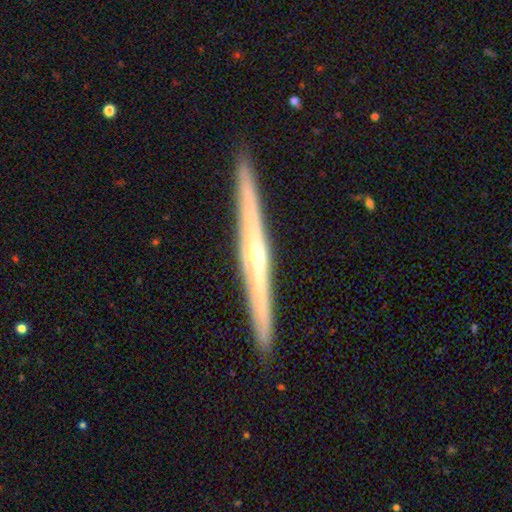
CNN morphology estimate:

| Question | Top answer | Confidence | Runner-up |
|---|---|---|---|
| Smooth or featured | featured or disk | 79% | smooth (15%) |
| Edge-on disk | yes | 98% | no (2%) |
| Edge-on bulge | rounded | 65% | none (30%) |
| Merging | none | 93% | minor disturbance (5%) |